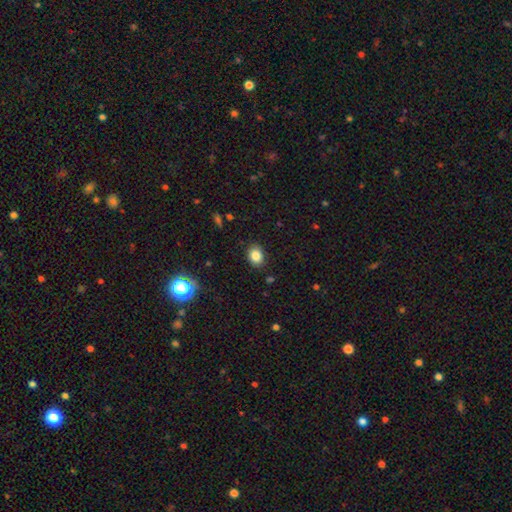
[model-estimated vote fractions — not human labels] A smooth galaxy with no disk features (83%) that is in between round and cigar-shaped (58%). Merging: none (87%).